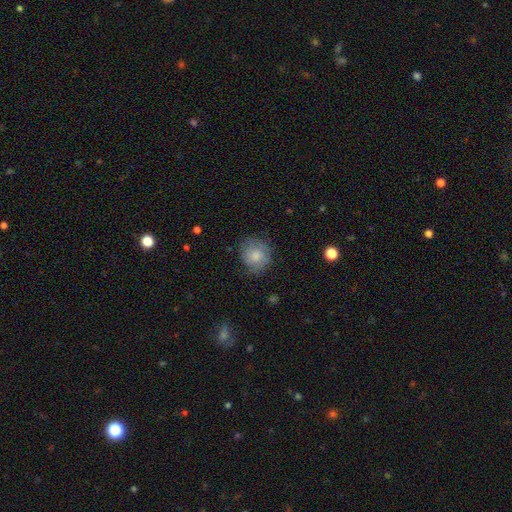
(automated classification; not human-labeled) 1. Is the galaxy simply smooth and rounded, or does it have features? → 72% smooth, 21% featured or disk, 8% star or artifact.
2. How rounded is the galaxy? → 82% round, 17% in between, 1% cigar-shaped.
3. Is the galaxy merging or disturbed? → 67% none, 24% minor disturbance, 8% major disturbance, 1% merger.